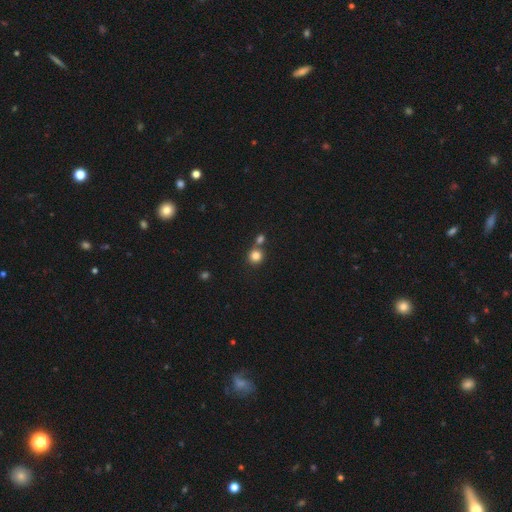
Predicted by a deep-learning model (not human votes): Overall: smooth (82%). How rounded: round (91%). Merging: none (64%; merger 26%).